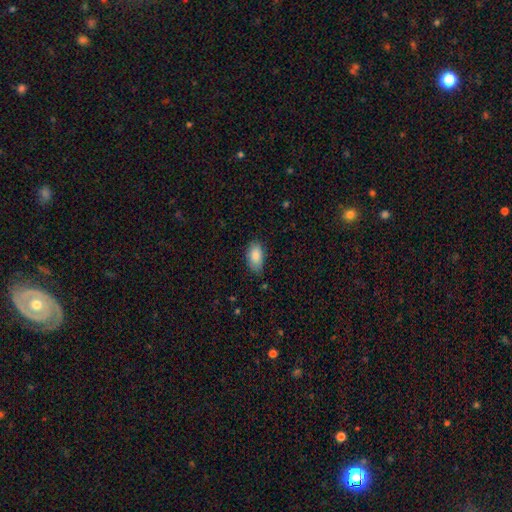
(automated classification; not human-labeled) smooth-or-featured: smooth: 86% | featured or disk: 7% | star or artifact: 7%
  how-rounded: in between: 93% | round: 4% | cigar-shaped: 3%
  merging: none: 74% | minor disturbance: 21% | major disturbance: 3% | merger: 1%